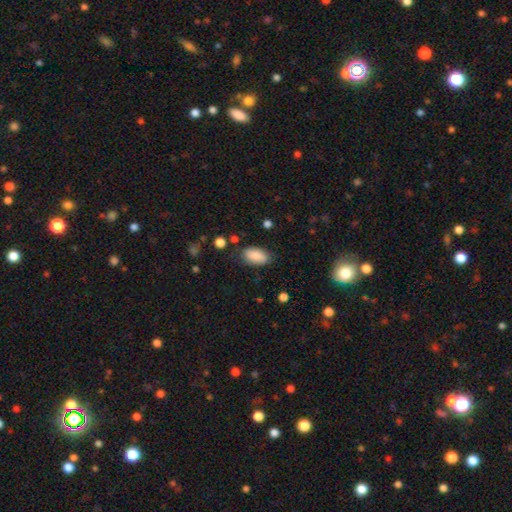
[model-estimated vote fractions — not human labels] Q: Smooth or featured?
A: smooth (87%); runner-up: star or artifact (7%)
Q: How rounded?
A: in between (94%); runner-up: round (3%)
Q: Merging?
A: none (80%); runner-up: minor disturbance (14%)